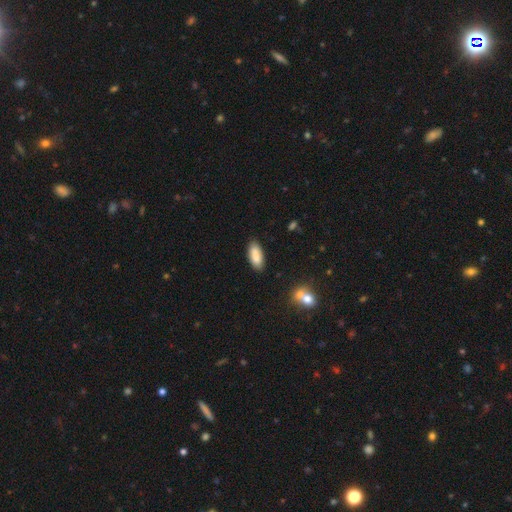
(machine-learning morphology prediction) smooth-or-featured: smooth: 87% | featured or disk: 7% | star or artifact: 6%
  how-rounded: in between: 81% | cigar-shaped: 17% | round: 2%
  merging: none: 85% | minor disturbance: 11% | major disturbance: 2% | merger: 2%